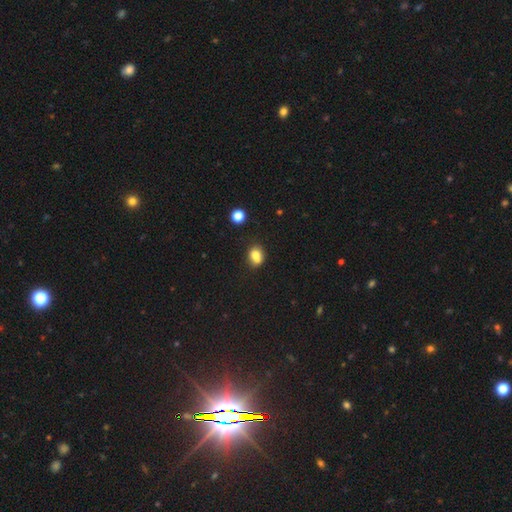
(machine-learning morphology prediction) Smooth or featured: smooth — 77% (star or artifact — 12%)
How rounded: in between — 50% (round — 48%)
Merging: none — 50% (merger — 26%)